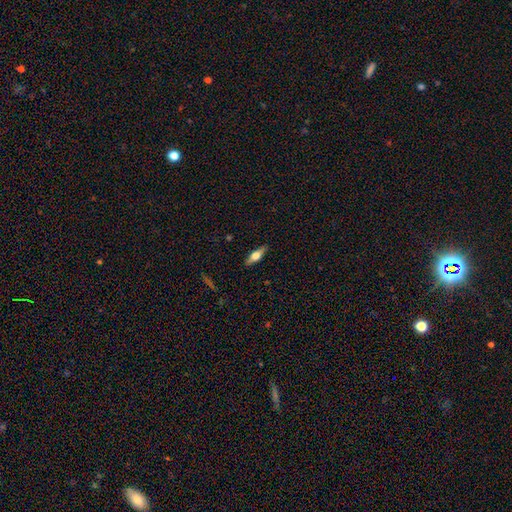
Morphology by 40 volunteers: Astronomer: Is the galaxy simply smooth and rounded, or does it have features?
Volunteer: featured or disk — 62%.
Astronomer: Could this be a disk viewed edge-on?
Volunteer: yes — 88%.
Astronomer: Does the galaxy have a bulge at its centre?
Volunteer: rounded — 95%.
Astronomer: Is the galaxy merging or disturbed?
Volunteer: none — 95%.